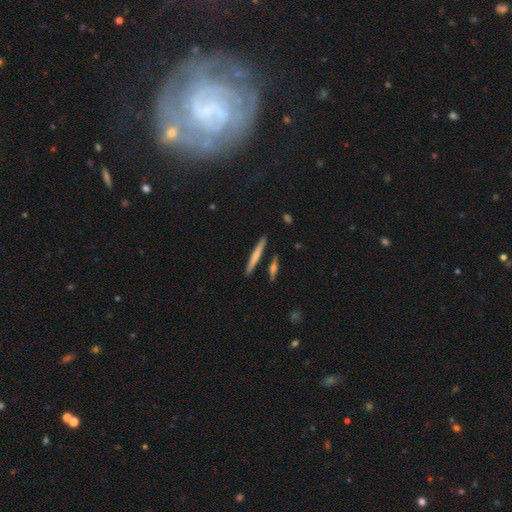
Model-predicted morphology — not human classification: This appears to be a smooth galaxy with no disk features (61%) that is cigar-shaped (95%). Merging: none (88%).